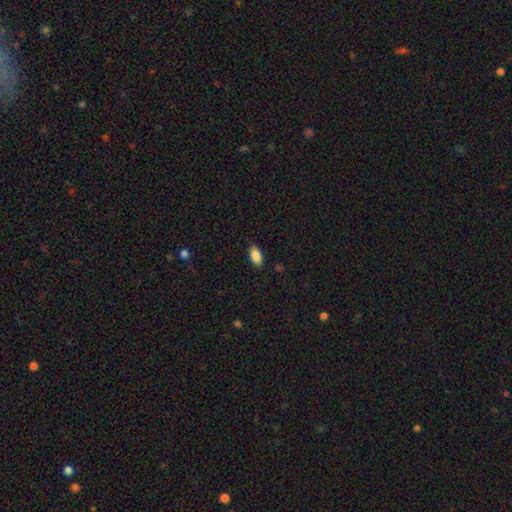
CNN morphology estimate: This is clearly a smooth galaxy (87%). How rounded: clearly in between (92%). Merging: clearly none (88%).